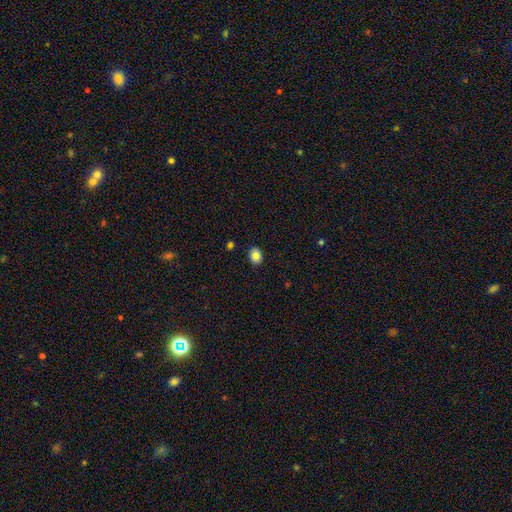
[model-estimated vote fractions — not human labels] smooth_or_featured: smooth (p=0.85) [alt: star or artifact p=0.09]
how_rounded: in between (p=0.60) [alt: round p=0.39]
merging: none (p=0.89) [alt: minor disturbance p=0.08]